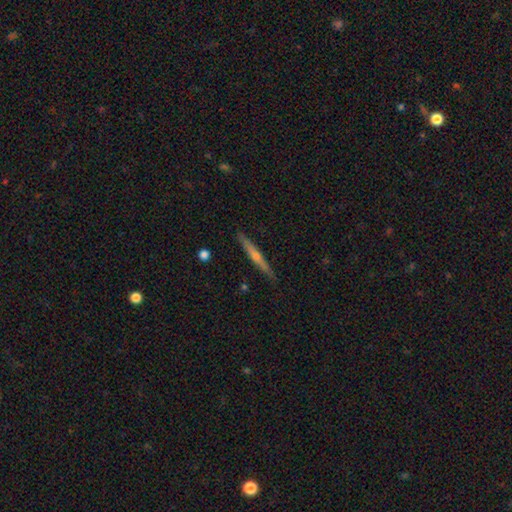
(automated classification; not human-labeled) This appears to be a featured or disk galaxy (61%) viewed edge-on (97%) with a rounded central bulge (65%). Merging: none (89%).